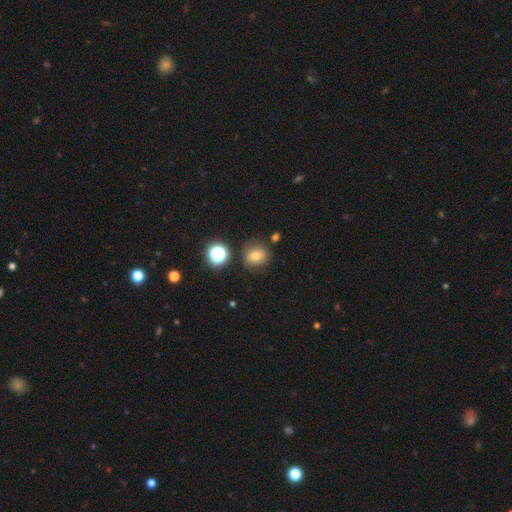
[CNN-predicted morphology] Q: Smooth or featured?
A: smooth (69%); runner-up: star or artifact (17%)
Q: How rounded?
A: round (83%); runner-up: in between (16%)
Q: Merging?
A: none (78%); runner-up: minor disturbance (13%)